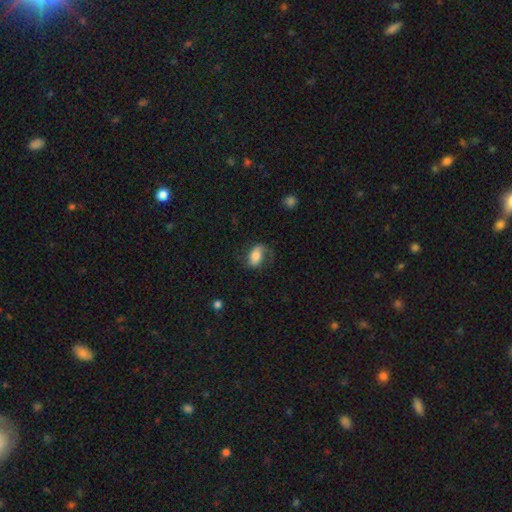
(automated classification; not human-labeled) Smooth or featured? Predicted: smooth (p=0.59). How rounded? Predicted: in between (p=0.88). Merging? Predicted: none (p=0.55).